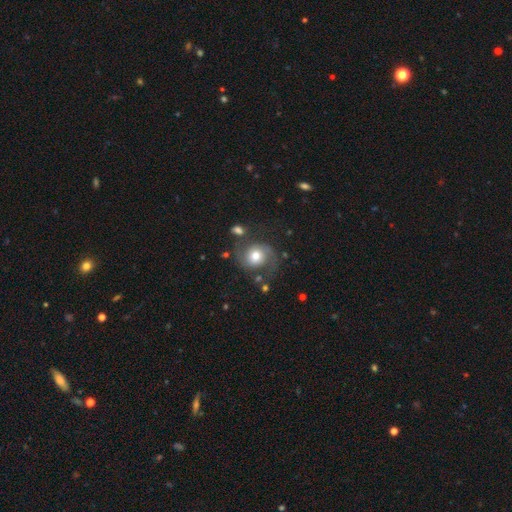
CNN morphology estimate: Smooth or featured? Predicted: featured or disk (p=0.61). Edge-on disk? Predicted: no (p=0.98). Bar? Predicted: no (p=0.72). Spiral arms? Predicted: yes (p=0.88). Spiral winding? Predicted: medium (p=0.48). Spiral arm count? Predicted: 2 (p=0.87). Bulge size? Predicted: moderate (p=0.64). Merging? Predicted: none (p=0.63).